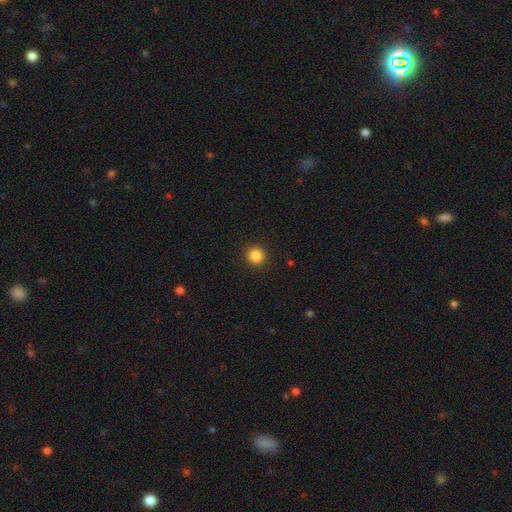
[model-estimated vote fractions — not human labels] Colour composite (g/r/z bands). It shows a smooth galaxy with no disk features (86%) that is round (93%). Merging: none (92%).